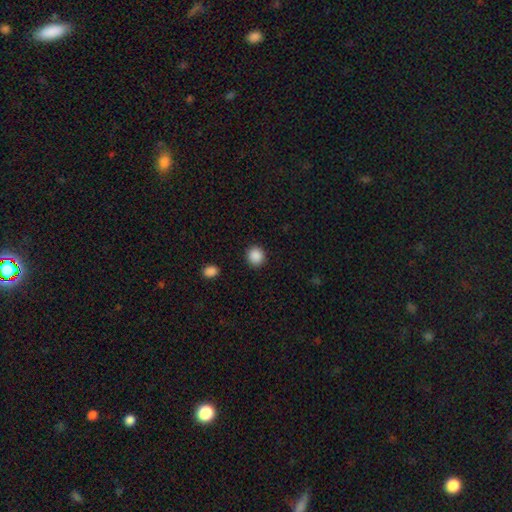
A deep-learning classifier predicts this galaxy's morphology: Smooth or featured? Predicted: smooth (p=0.89). How rounded? Predicted: round (p=0.87). Merging? Predicted: none (p=0.91).